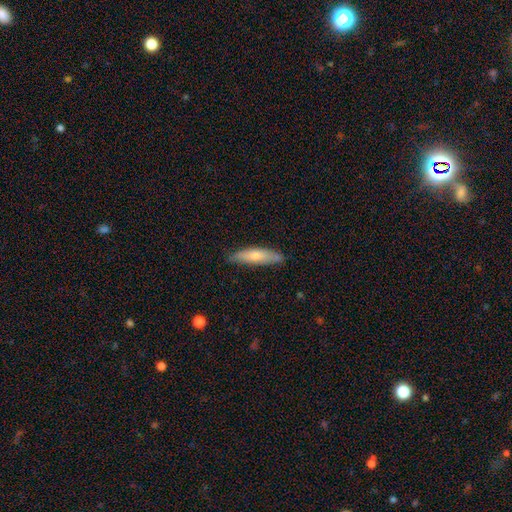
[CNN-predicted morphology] Smooth or featured? smooth (67%)
How rounded? cigar-shaped (75%)
Merging? none (82%)